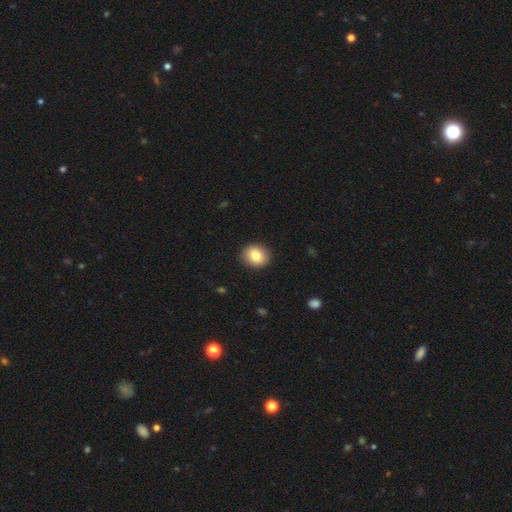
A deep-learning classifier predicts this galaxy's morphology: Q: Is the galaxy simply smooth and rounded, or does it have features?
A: smooth — 81%.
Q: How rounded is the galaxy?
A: round — 68%.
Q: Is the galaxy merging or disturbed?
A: none — 89%.